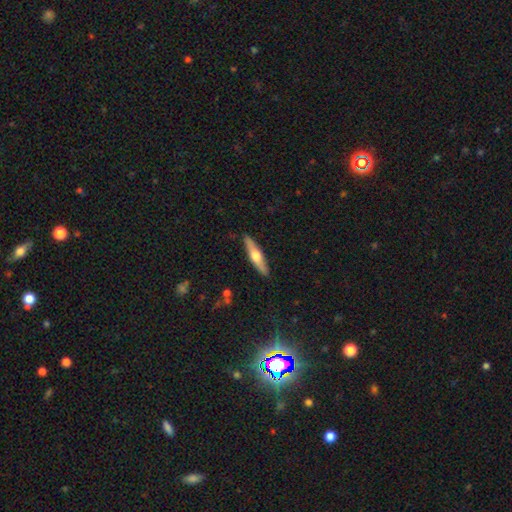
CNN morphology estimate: A featured or disk galaxy (52%) viewed edge-on (92%). Merging: none (89%).